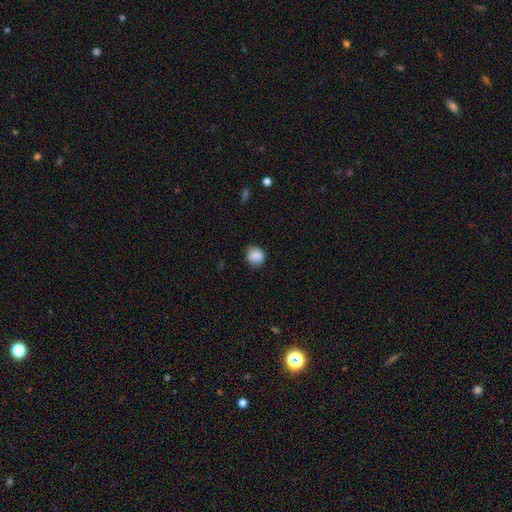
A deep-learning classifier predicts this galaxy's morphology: This is clearly a smooth galaxy (86%). How rounded: likely round (73%). Merging: likely none (73%).